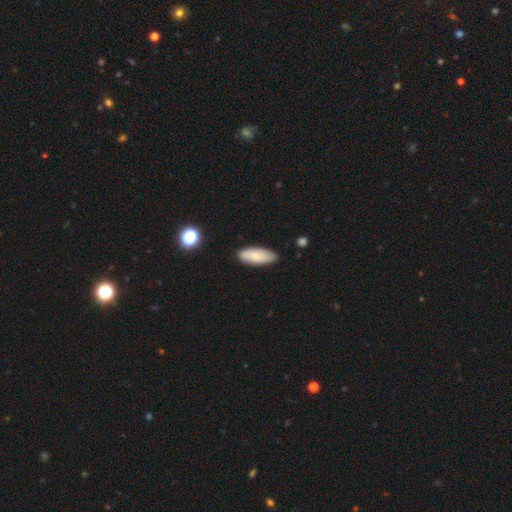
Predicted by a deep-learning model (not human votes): Smooth or featured: smooth — 78% (featured or disk — 16%)
How rounded: in between — 74% (cigar-shaped — 24%)
Merging: none — 83% (minor disturbance — 14%)